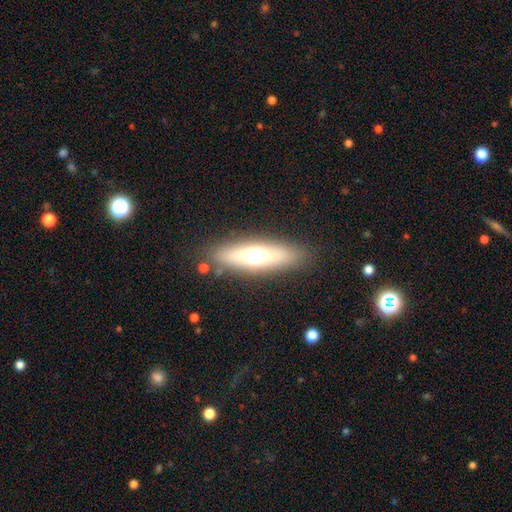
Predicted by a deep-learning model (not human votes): This appears to be a smooth galaxy with no disk features (50%) that is cigar-shaped (53%). Merging: none (83%).